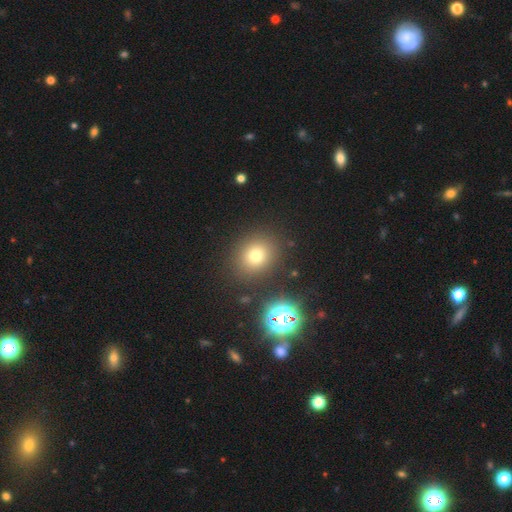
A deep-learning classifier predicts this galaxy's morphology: Overall: smooth (73%). How rounded: round (74%). Merging: none (85%).